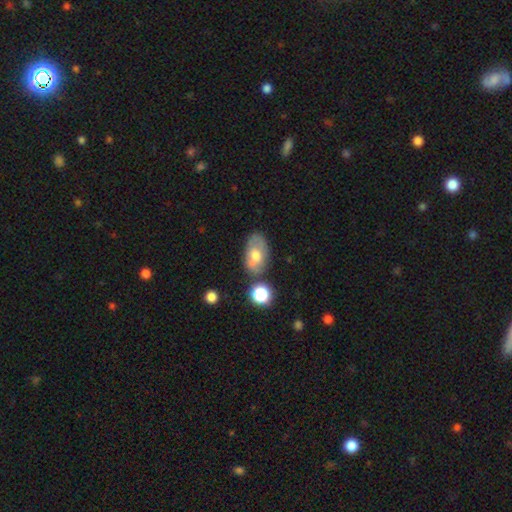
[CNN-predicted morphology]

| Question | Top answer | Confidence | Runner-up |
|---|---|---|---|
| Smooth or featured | smooth | 53% | featured or disk (37%) |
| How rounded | in between | 88% | round (10%) |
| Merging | none | 48% | merger (22%) |